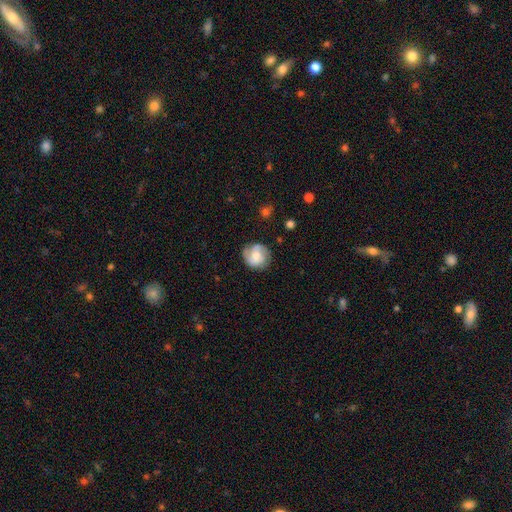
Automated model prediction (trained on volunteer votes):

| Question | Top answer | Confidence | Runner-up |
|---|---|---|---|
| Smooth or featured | featured or disk | 56% | smooth (37%) |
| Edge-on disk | no | 97% | yes (3%) |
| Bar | no | 57% | weak (35%) |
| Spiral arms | yes | 89% | no (11%) |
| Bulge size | moderate | 58% | small (34%) |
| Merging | none | 78% | minor disturbance (16%) |